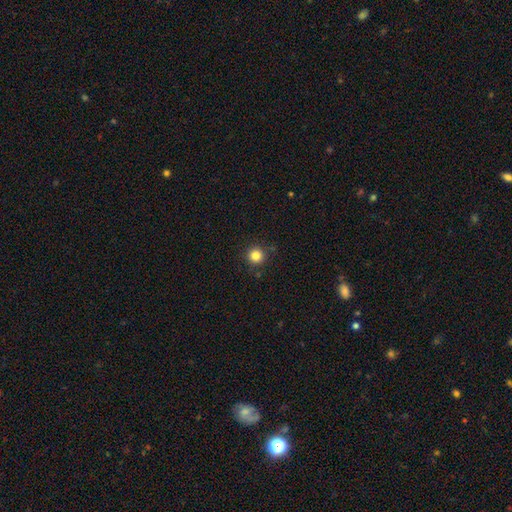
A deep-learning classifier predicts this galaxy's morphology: smooth 84%, star or artifact 12%, featured or disk 4%. Down the decision tree: how rounded — round (95%); merging — none (89%).